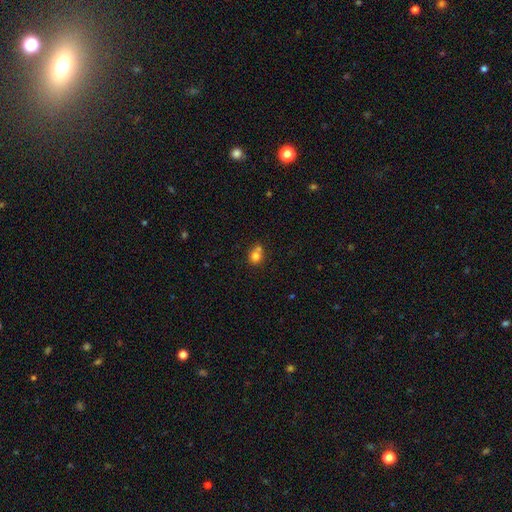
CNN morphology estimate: Smooth or featured? smooth (77%)
How rounded? round (74%)
Merging? merger (43%)